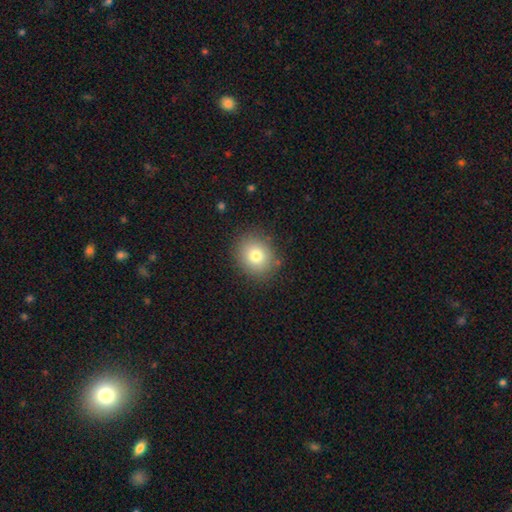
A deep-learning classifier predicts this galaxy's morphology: Smooth or featured: smooth — 79% (star or artifact — 11%)
How rounded: round — 71% (in between — 28%)
Merging: none — 86% (minor disturbance — 10%)